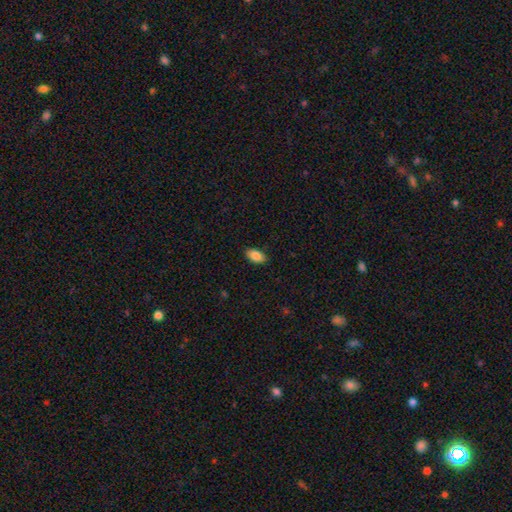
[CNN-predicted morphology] Smooth or featured: smooth — 87% (star or artifact — 7%)
How rounded: in between — 93% (round — 4%)
Merging: none — 87% (minor disturbance — 10%)